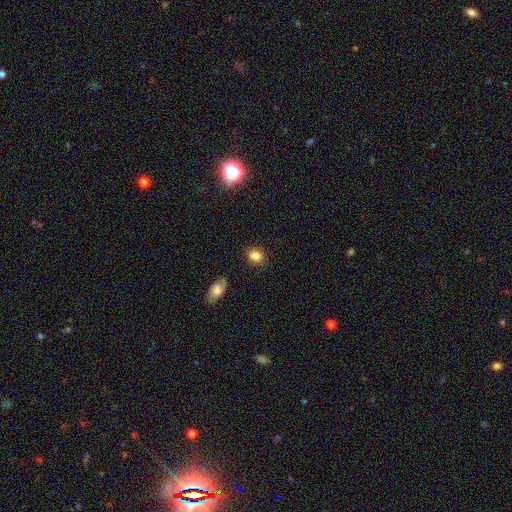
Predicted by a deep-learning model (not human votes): Smooth or featured?
  - smooth: 84% *
  - star or artifact: 10%
  - featured or disk: 6%
How rounded?
  - round: 52% *
  - in between: 47%
  - cigar-shaped: 1%
Merging?
  - none: 84% *
  - minor disturbance: 12%
  - major disturbance: 3%
  - merger: 2%